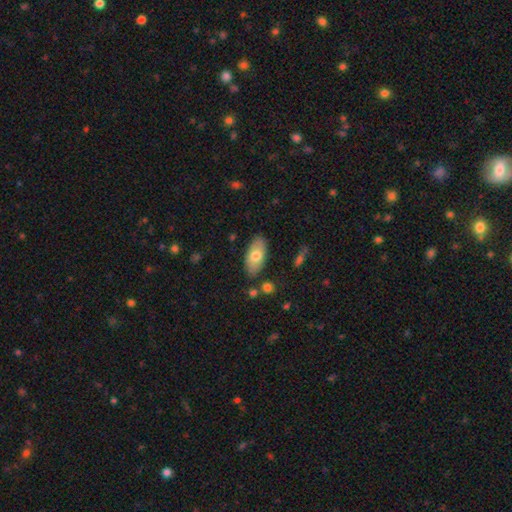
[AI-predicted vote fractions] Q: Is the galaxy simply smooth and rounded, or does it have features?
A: smooth — 72%.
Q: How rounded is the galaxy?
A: in between — 92%.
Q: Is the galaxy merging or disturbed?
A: none — 83%.